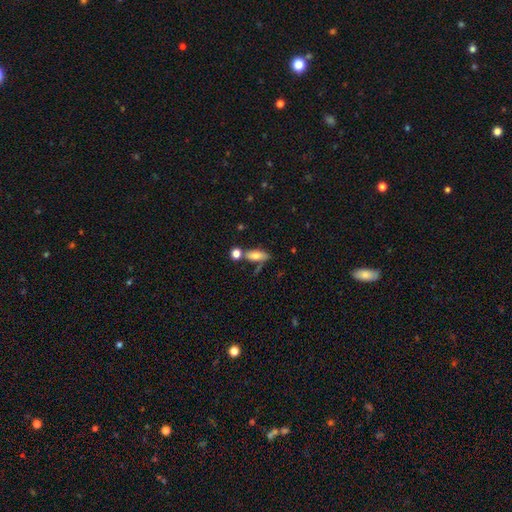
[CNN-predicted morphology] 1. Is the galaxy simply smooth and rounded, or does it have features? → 74% smooth, 18% featured or disk, 8% star or artifact.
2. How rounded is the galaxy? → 74% in between, 21% cigar-shaped, 5% round.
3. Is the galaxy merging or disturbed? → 56% none, 20% merger, 17% minor disturbance, 7% major disturbance.